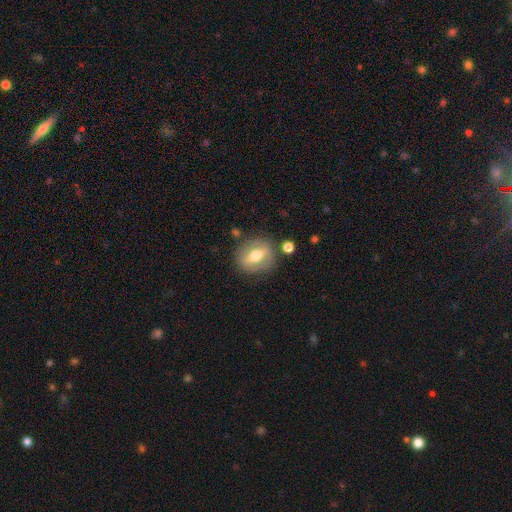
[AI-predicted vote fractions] Smooth or featured? Predicted: featured or disk (p=0.54). Edge-on disk? Predicted: no (p=0.80). Merging? Predicted: none (p=0.80).